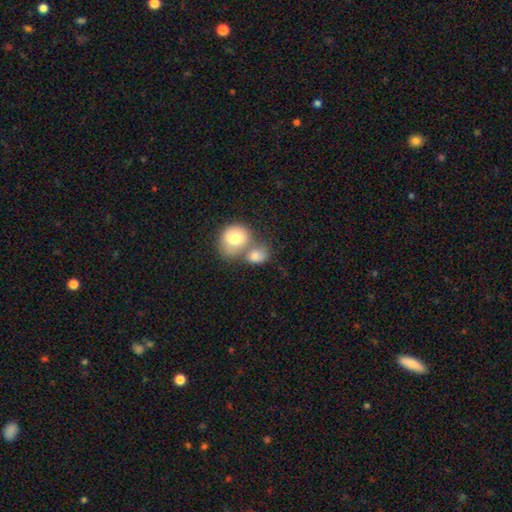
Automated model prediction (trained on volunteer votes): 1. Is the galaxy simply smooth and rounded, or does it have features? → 80% smooth, 12% featured or disk, 7% star or artifact.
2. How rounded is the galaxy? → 51% in between, 48% round, 1% cigar-shaped.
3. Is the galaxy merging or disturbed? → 58% merger, 27% none, 9% minor disturbance, 5% major disturbance.